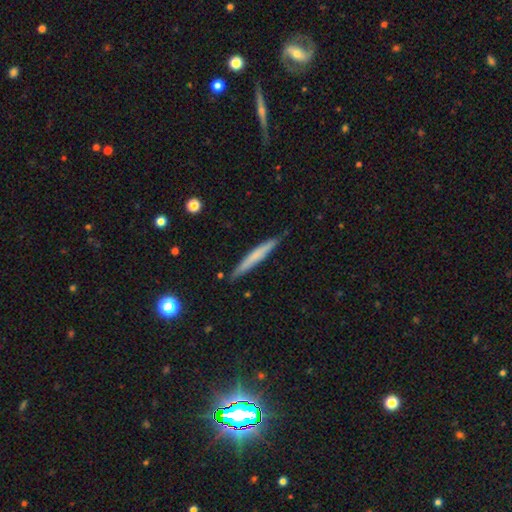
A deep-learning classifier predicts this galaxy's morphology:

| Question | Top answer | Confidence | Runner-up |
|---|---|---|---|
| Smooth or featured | smooth | 61% | featured or disk (33%) |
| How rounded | cigar-shaped | 96% | in between (3%) |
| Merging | none | 88% | minor disturbance (9%) |